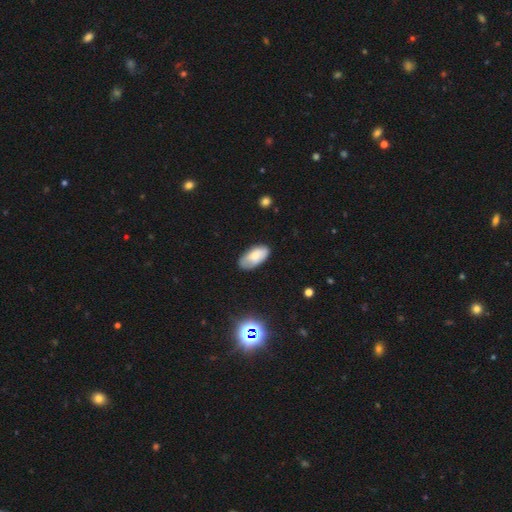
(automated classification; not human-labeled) smooth_or_featured: smooth (p=0.69) [alt: featured or disk p=0.23]
how_rounded: in between (p=0.94) [alt: cigar-shaped p=0.03]
merging: none (p=0.73) [alt: minor disturbance p=0.21]